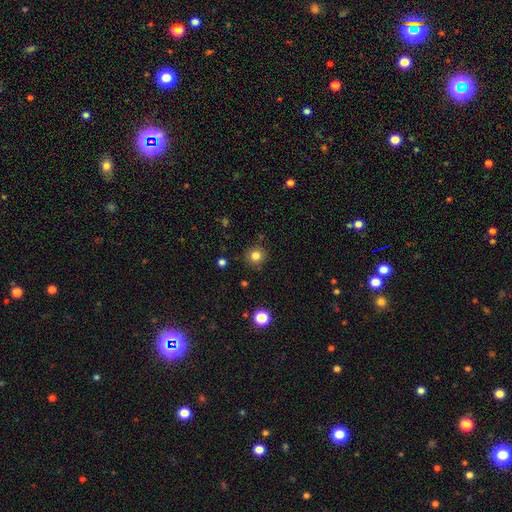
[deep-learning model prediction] Smooth or featured: smooth — 82% (star or artifact — 13%)
How rounded: round — 93% (in between — 7%)
Merging: none — 88% (minor disturbance — 8%)